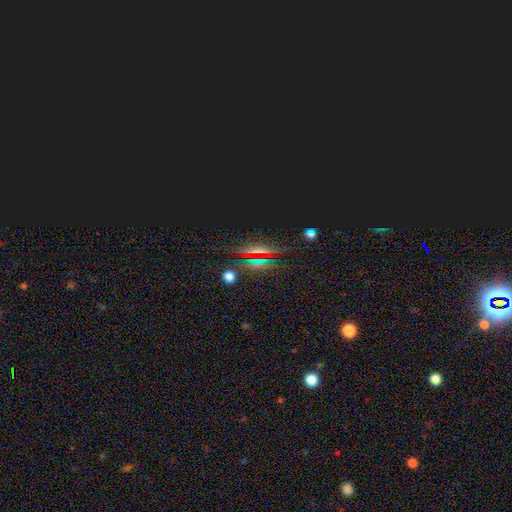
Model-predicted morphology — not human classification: Q: Smooth or featured?
A: star or artifact (58%); runner-up: smooth (29%)